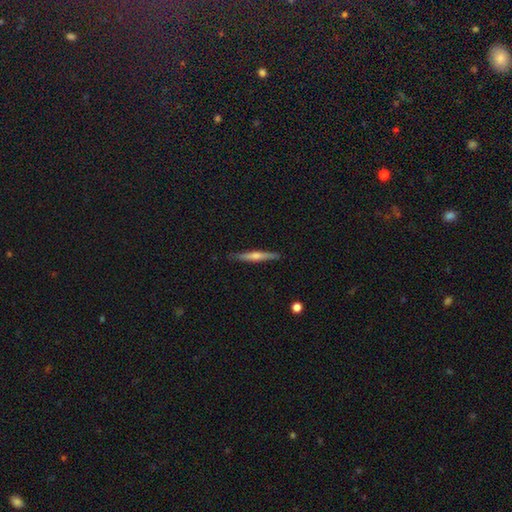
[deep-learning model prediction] This appears to be a featured or disk galaxy (64%) viewed edge-on (97%) with a rounded central bulge (80%). Merging: none (89%).